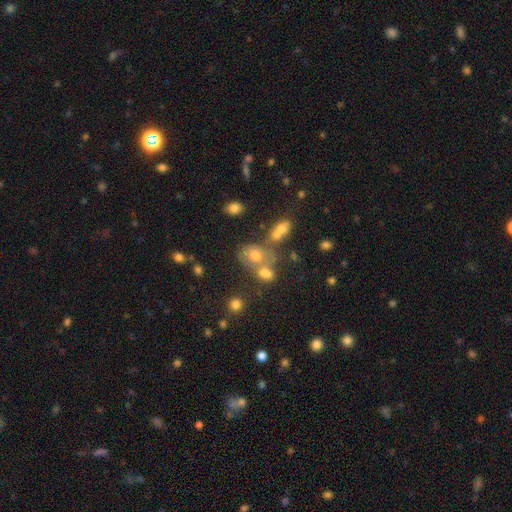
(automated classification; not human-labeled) Smooth or featured: smooth — 58% (star or artifact — 23%)
How rounded: round — 55% (in between — 44%)
Merging: none — 41% (merger — 40%)